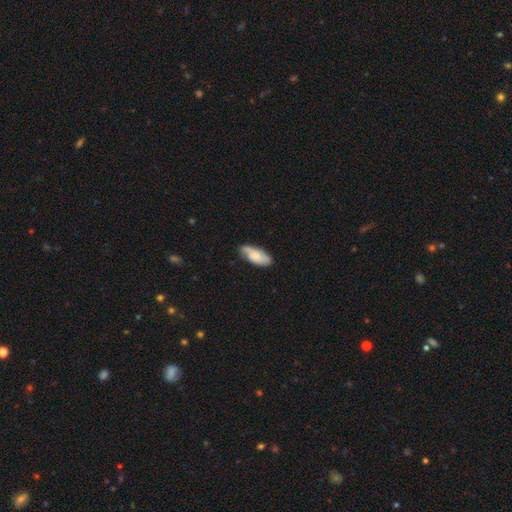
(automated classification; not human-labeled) smooth_or_featured: smooth (p=0.61) [alt: featured or disk p=0.32]
how_rounded: in between (p=0.82) [alt: cigar-shaped p=0.16]
merging: none (p=0.68) [alt: minor disturbance p=0.25]